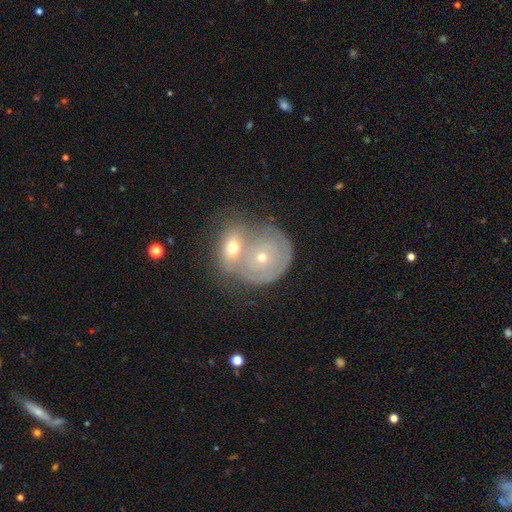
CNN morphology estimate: A featured or disk galaxy (68%) with no bar (80%), spiral arms (74%) and a small central bulge (59%). Merging: merger (51%).